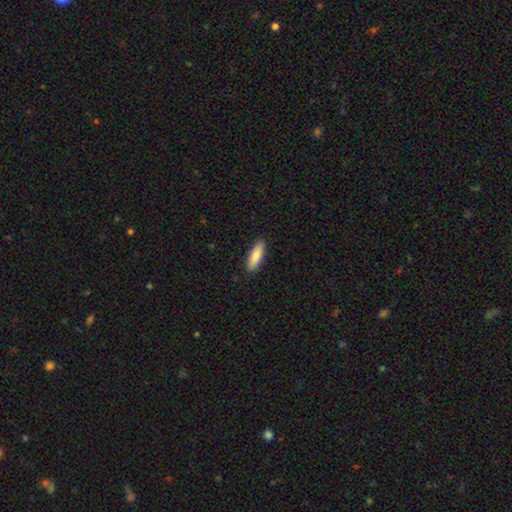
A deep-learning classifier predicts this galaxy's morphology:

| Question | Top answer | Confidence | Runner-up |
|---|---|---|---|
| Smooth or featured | smooth | 83% | featured or disk (11%) |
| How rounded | cigar-shaped | 54% | in between (44%) |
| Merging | none | 90% | minor disturbance (8%) |